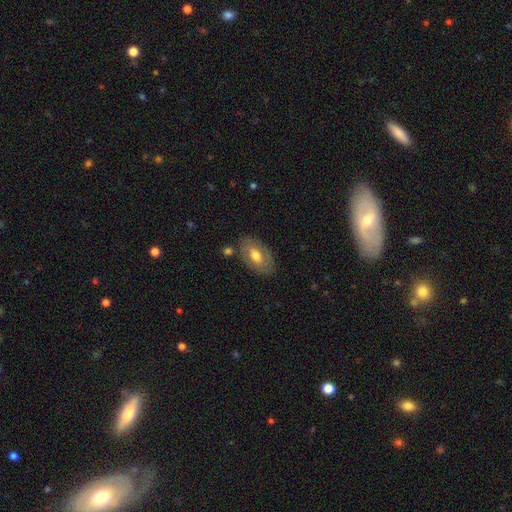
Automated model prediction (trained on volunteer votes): smooth-or-featured: smooth: 56% | featured or disk: 38% | star or artifact: 6%
  how-rounded: in between: 90% | round: 8% | cigar-shaped: 2%
  merging: none: 78% | minor disturbance: 14% | major disturbance: 4% | merger: 4%